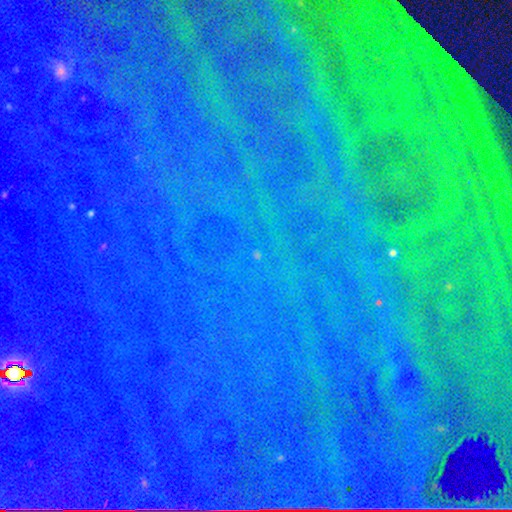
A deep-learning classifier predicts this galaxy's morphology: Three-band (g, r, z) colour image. It shows a star or artifact, not a galaxy (85%).